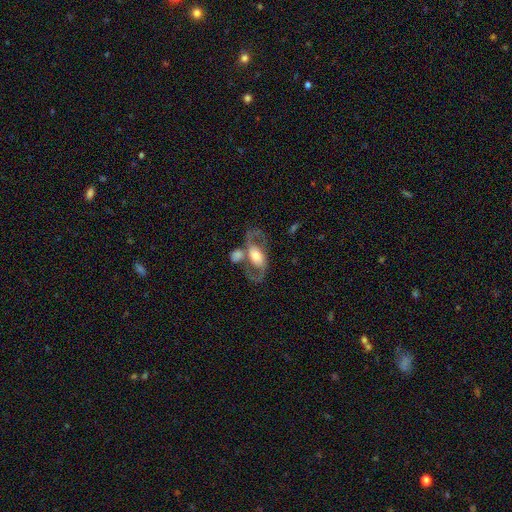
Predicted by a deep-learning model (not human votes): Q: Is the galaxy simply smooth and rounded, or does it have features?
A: featured or disk — 76%.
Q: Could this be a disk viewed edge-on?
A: no — 93%.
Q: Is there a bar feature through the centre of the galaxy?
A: no — 46%.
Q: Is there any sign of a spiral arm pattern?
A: yes — 81%.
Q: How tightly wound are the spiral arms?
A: medium — 47%.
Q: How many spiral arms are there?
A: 2 — 88%.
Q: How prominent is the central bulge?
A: moderate — 52%.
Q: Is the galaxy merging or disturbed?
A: none — 49%.